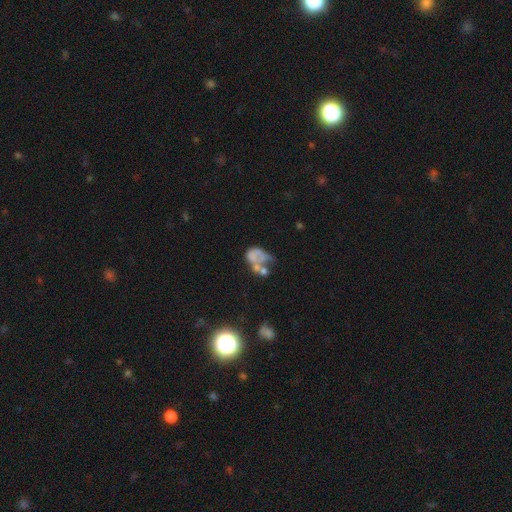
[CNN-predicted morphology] Smooth or featured? featured or disk (45%)
Merging? major disturbance (33%)